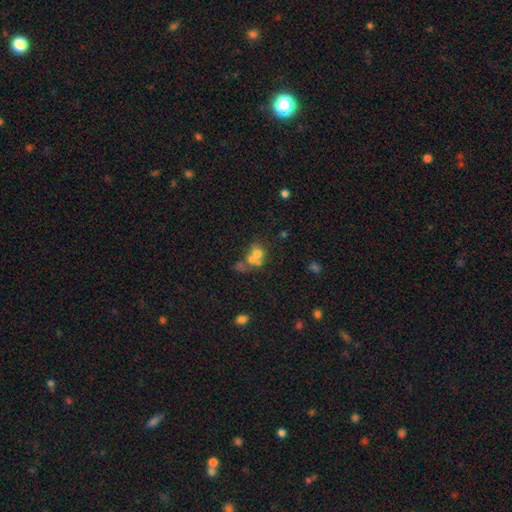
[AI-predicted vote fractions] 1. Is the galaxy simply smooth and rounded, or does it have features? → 56% smooth, 28% featured or disk, 16% star or artifact.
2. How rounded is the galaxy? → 68% round, 31% in between, 1% cigar-shaped.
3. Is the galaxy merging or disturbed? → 61% merger, 25% none, 7% minor disturbance, 7% major disturbance.